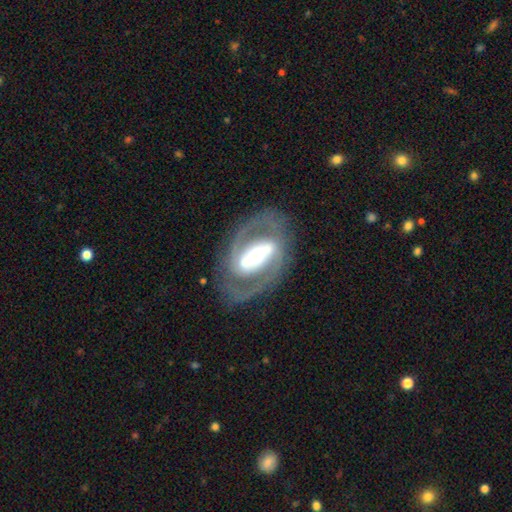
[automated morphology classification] smooth_or_featured: featured or disk (p=0.87) [alt: smooth p=0.08]
disk_edge_on: no (p=0.95) [alt: yes p=0.05]
bar: strong (p=0.58) [alt: weak p=0.25]
has_spiral_arms: yes (p=0.88) [alt: no p=0.12]
spiral_winding: medium (p=0.51) [alt: tight p=0.35]
spiral_arm_count: 2 (p=0.89) [alt: can't tell p=0.05]
bulge_size: moderate (p=0.60) [alt: small p=0.21]
merging: none (p=0.77) [alt: minor disturbance p=0.12]